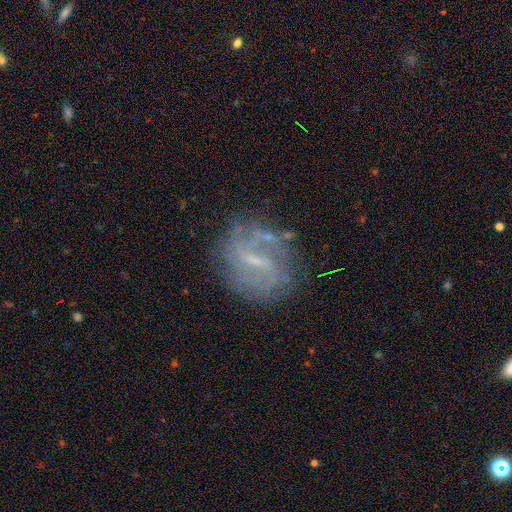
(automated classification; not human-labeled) smooth-or-featured: featured or disk: 70% | smooth: 16% | star or artifact: 14%
  disk-edge-on: no: 95% | yes: 5%
    bar: weak: 48% | strong: 37% | no: 15%
    has-spiral-arms: yes: 77% | no: 23%
      spiral-winding: medium: 38% | loose: 32% | tight: 31%
      spiral-arm-count: 2: 52% | can't tell: 30% | 3: 6% | 1: 5% | 4: 4% | more than 4: 3%
    bulge-size: small: 58% | none: 24% | moderate: 16% | large: 1% | dominant: 1%
  merging: none: 74% | minor disturbance: 15% | major disturbance: 8% | merger: 3%